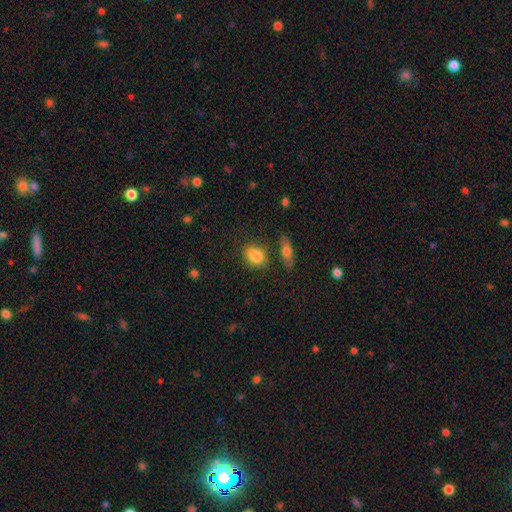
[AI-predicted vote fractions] Smooth or featured? Predicted: smooth (p=0.84). How rounded? Predicted: in between (p=0.63). Merging? Predicted: none (p=0.72).